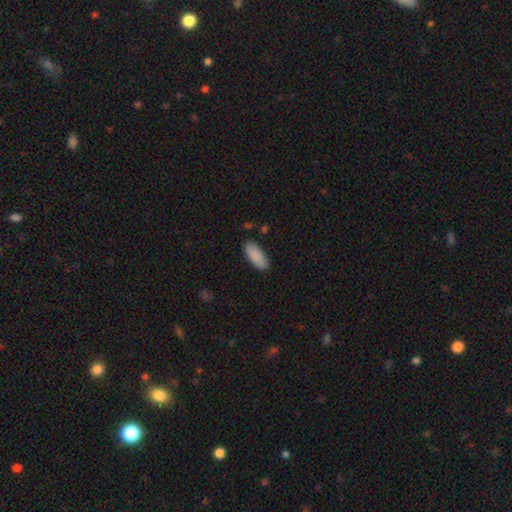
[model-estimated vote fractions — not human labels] Smooth or featured? Predicted: smooth (p=0.89). How rounded? Predicted: in between (p=0.84). Merging? Predicted: none (p=0.84).